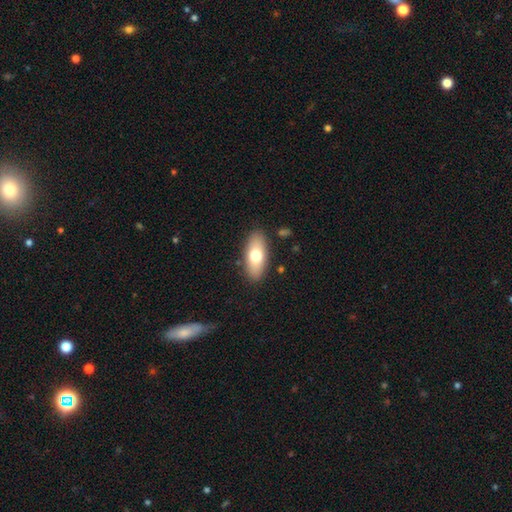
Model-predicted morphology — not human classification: The model was most divided on "smooth or featured": smooth: 71%, featured or disk: 23%, star or artifact: 6%. More confident: merging — none (87%); how rounded — in between (84%).